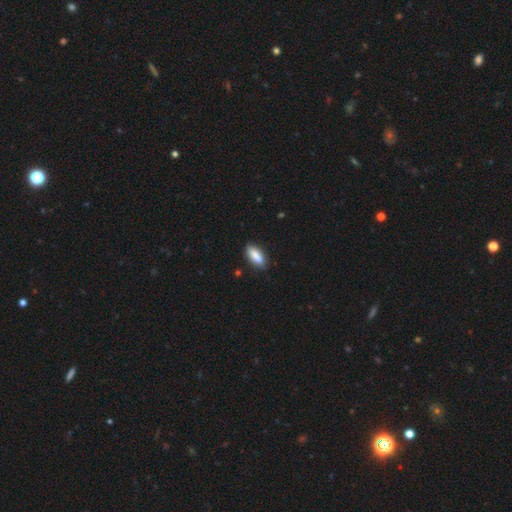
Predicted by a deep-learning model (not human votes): This appears to be a smooth galaxy with no disk features (84%) that is in between round and cigar-shaped (76%). Merging: none (84%).